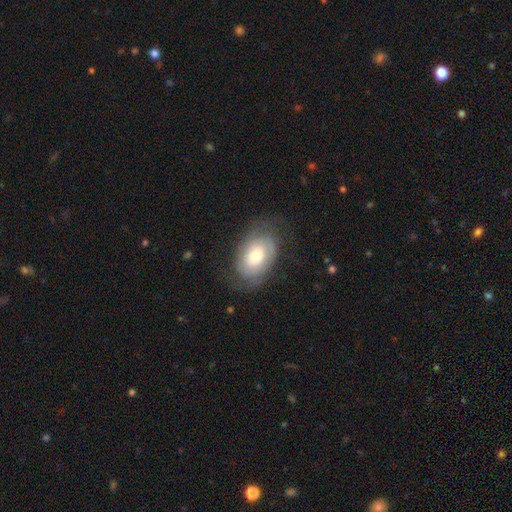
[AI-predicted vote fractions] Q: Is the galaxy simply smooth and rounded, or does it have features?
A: smooth — 47%.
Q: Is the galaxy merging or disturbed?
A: none — 66%.